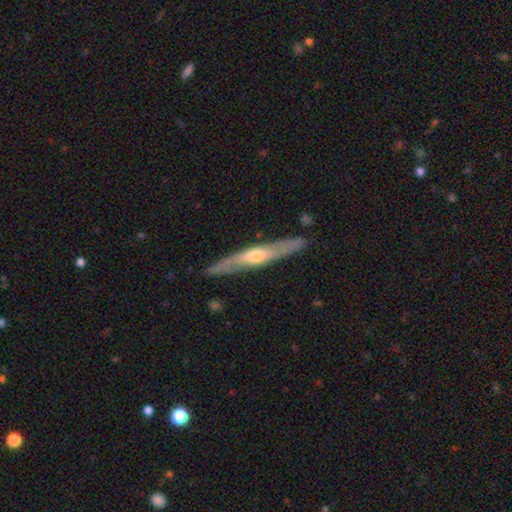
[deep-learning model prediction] This is likely a featured or disk galaxy (67%). It is clearly viewed edge-on (85%). Edge-on bulge: likely rounded (77%). Merging: clearly none (86%).